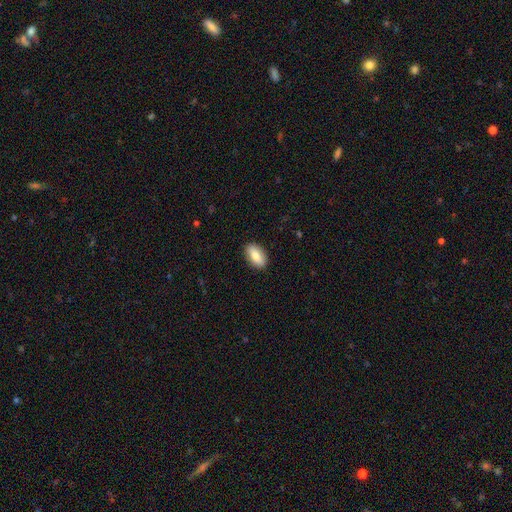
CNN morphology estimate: type=smooth (80%); roundness=in between (91%); merging=none (88%).